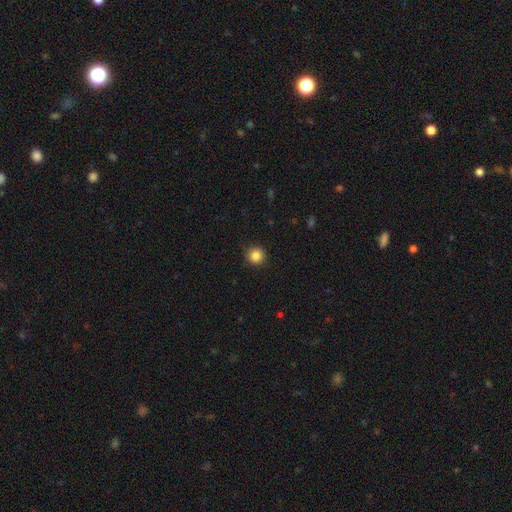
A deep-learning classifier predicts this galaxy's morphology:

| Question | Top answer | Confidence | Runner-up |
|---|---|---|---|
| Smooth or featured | smooth | 85% | star or artifact (10%) |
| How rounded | round | 95% | in between (4%) |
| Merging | none | 91% | minor disturbance (6%) |